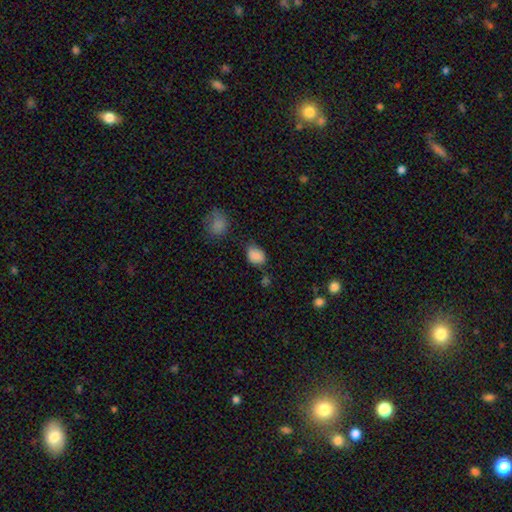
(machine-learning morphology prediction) Q: Smooth or featured?
A: smooth (84%); runner-up: star or artifact (10%)
Q: How rounded?
A: in between (67%); runner-up: round (32%)
Q: Merging?
A: none (62%); runner-up: minor disturbance (26%)